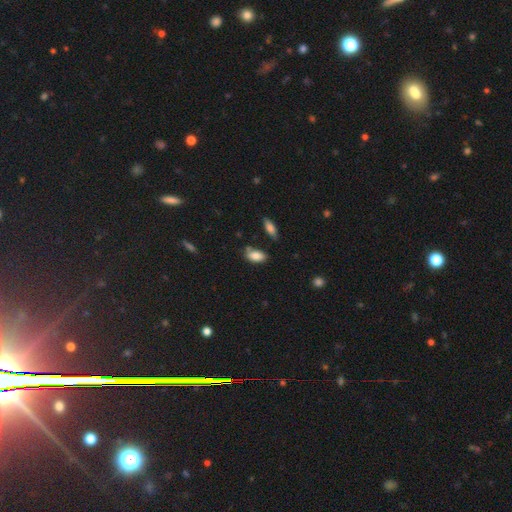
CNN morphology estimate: This is clearly a smooth galaxy (83%). How rounded: clearly in between (91%). Merging: likely none (63%).